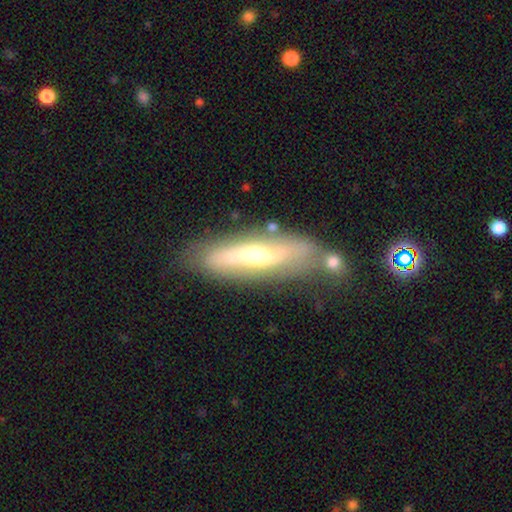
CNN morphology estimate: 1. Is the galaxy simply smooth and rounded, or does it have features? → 62% featured or disk, 30% smooth, 7% star or artifact.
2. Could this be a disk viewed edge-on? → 52% no, 48% yes.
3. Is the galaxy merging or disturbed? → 67% none, 19% minor disturbance, 8% merger, 6% major disturbance.